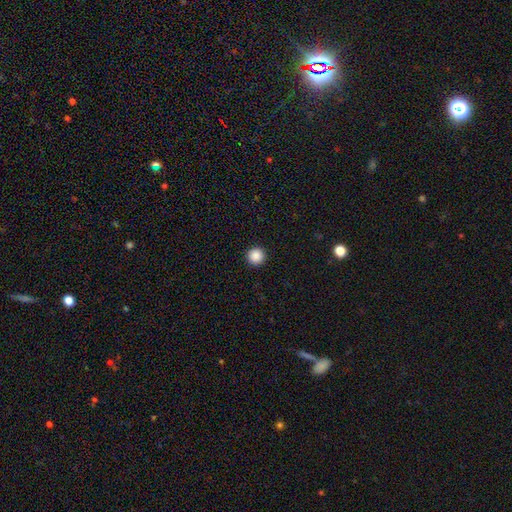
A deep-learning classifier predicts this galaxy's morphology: A smooth galaxy with no disk features (88%) that is round (97%). Merging: none (94%).